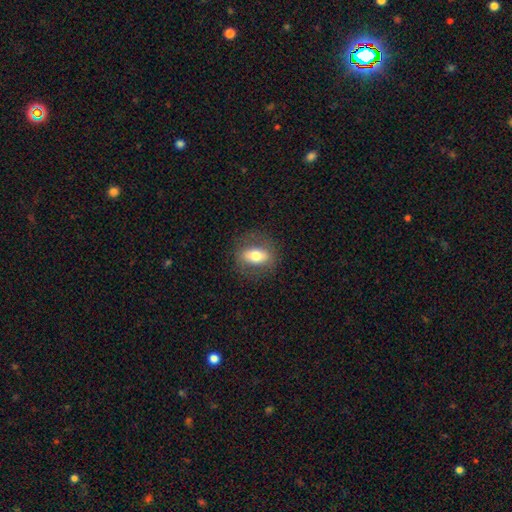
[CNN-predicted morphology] This appears to be a smooth galaxy with no disk features (60%) that is in between round and cigar-shaped (75%). Merging: none (80%).